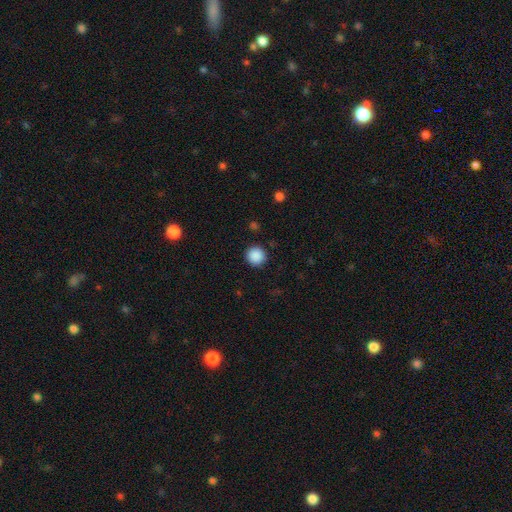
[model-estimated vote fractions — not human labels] smooth-or-featured: smooth: 89% | star or artifact: 9% | featured or disk: 2%
  how-rounded: round: 95% | in between: 4% | cigar-shaped: 1%
  merging: none: 92% | minor disturbance: 5% | major disturbance: 2% | merger: 1%